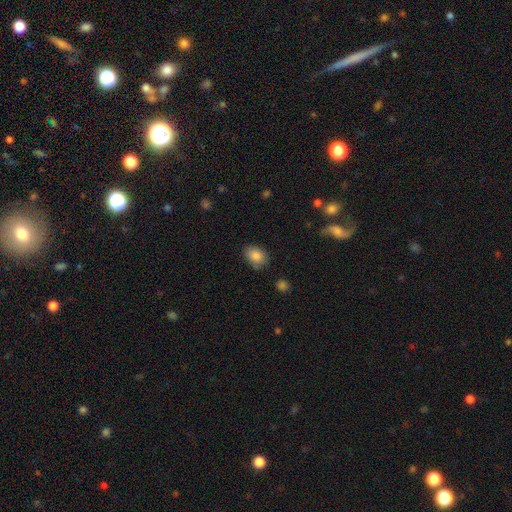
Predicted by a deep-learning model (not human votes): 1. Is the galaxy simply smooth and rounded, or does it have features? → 86% smooth, 8% star or artifact, 6% featured or disk.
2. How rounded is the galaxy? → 70% in between, 29% round, 1% cigar-shaped.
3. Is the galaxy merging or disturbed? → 79% none, 16% minor disturbance, 3% major disturbance, 2% merger.